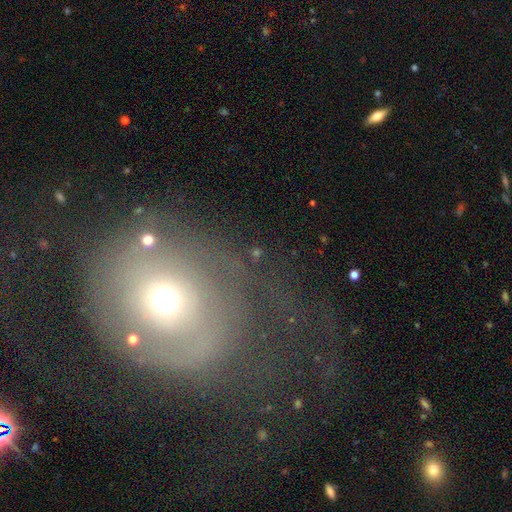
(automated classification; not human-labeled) A smooth galaxy with no disk features (43%).

Vote fractions:
- Smooth or featured? smooth: 43% / featured or disk: 39% / star or artifact: 18%
- Merging? none: 44% / major disturbance: 34% / minor disturbance: 17% / merger: 4%